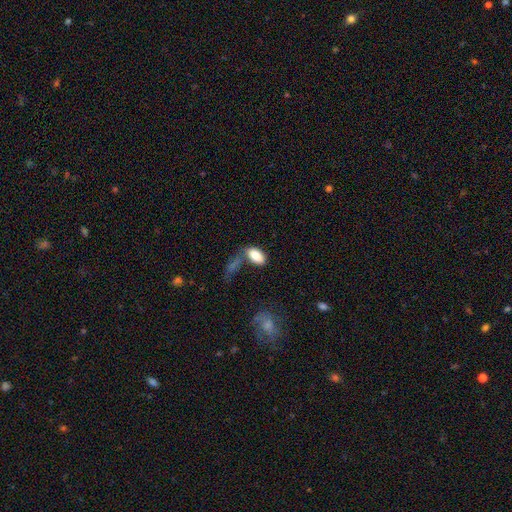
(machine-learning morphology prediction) Smooth or featured?
  - smooth: 85% *
  - featured or disk: 8%
  - star or artifact: 7%
How rounded?
  - in between: 93% *
  - cigar-shaped: 3%
  - round: 3%
Merging?
  - none: 49% *
  - merger: 22%
  - minor disturbance: 18%
  - major disturbance: 10%